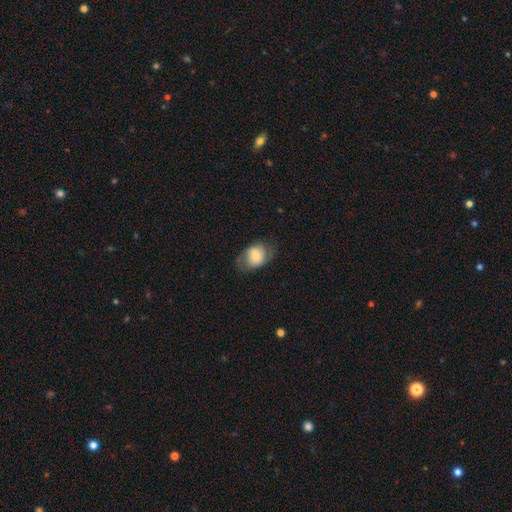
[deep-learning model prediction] This is likely a smooth galaxy (67%). How rounded: likely in between (68%). Merging: likely none (65%).